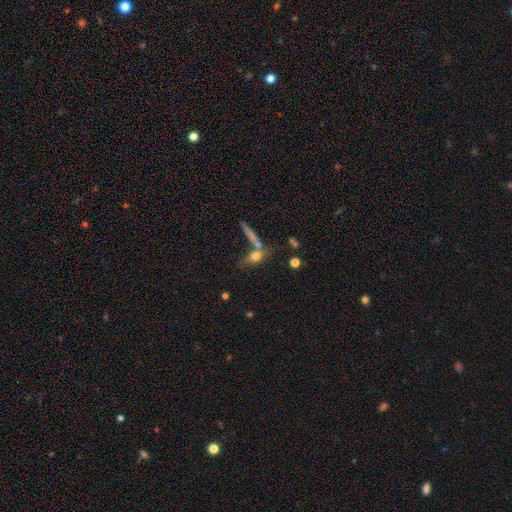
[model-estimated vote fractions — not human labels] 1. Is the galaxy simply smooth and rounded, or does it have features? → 63% smooth, 26% featured or disk, 11% star or artifact.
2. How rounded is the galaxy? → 50% in between, 36% cigar-shaped, 15% round.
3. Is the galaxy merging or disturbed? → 50% none, 29% merger, 13% minor disturbance, 8% major disturbance.